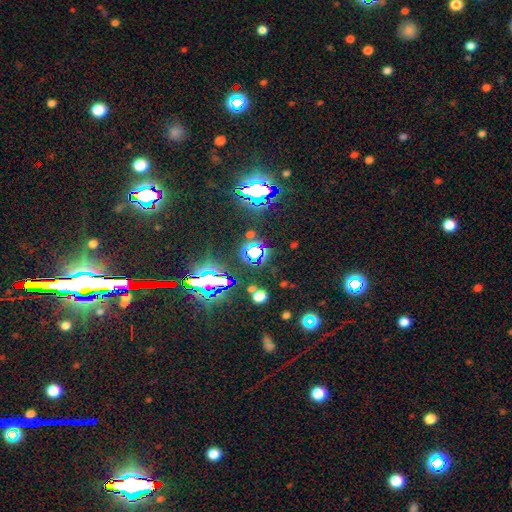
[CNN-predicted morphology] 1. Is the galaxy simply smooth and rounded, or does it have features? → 80% star or artifact, 13% smooth, 8% featured or disk.